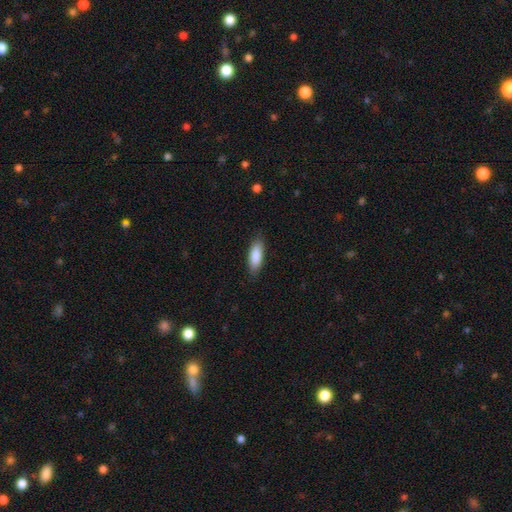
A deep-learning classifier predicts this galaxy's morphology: type=smooth (88%); roundness=in between (69%); merging=none (85%).